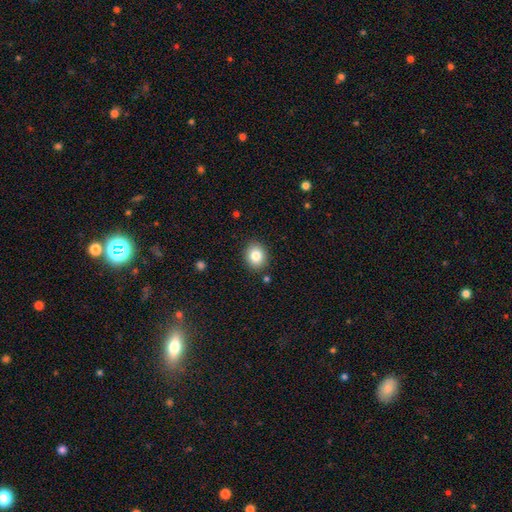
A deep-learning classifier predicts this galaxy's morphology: This is clearly a smooth galaxy (83%). How rounded: likely round (65%). Merging: clearly none (88%).